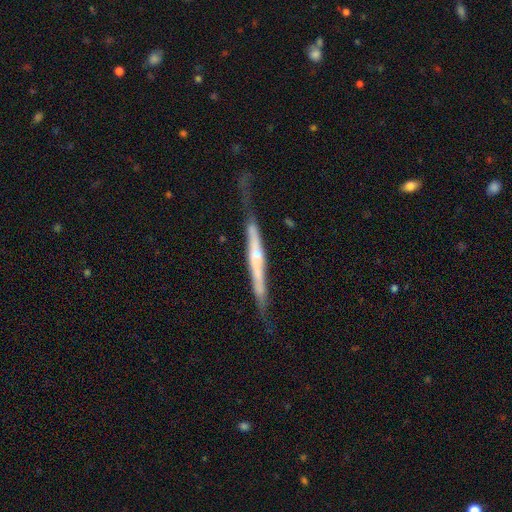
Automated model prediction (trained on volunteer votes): This appears to be a featured or disk galaxy (70%) viewed edge-on (90%) with a rounded central bulge (43%). Merging: none (57%).